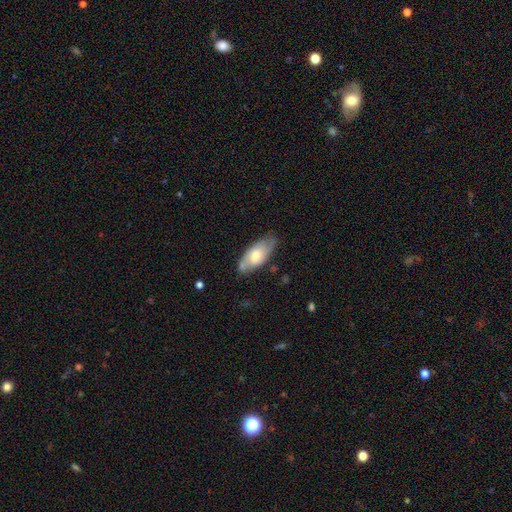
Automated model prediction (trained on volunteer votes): Smooth or featured?
  - smooth: 57% *
  - featured or disk: 37%
  - star or artifact: 6%
How rounded?
  - in between: 87% *
  - cigar-shaped: 10%
  - round: 2%
Merging?
  - none: 71% *
  - minor disturbance: 21%
  - major disturbance: 4%
  - merger: 3%